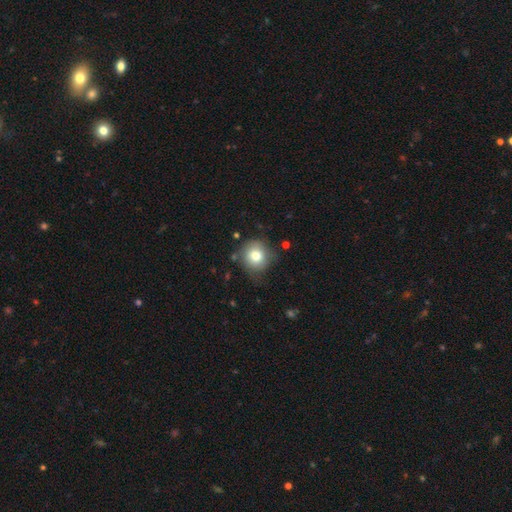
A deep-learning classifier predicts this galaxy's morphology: The model was most divided on "merging": none: 74%, minor disturbance: 19%, major disturbance: 5%, merger: 3%. More confident: how rounded — round (91%); smooth or featured — smooth (78%).